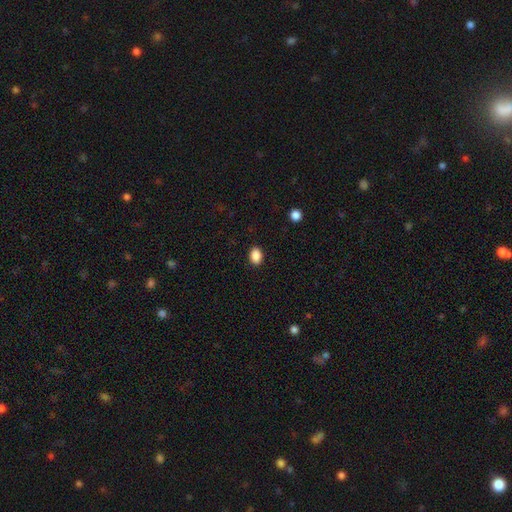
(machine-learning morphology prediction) This is clearly a smooth galaxy (89%). How rounded: likely in between (76%). Merging: clearly none (90%).